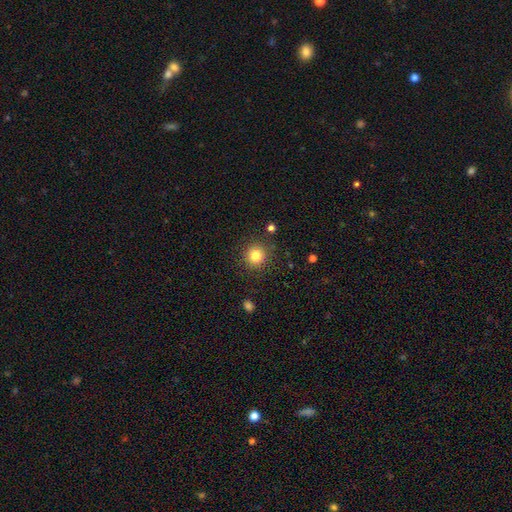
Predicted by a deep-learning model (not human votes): Overall: smooth (82%). How rounded: round (93%). Merging: none (89%).